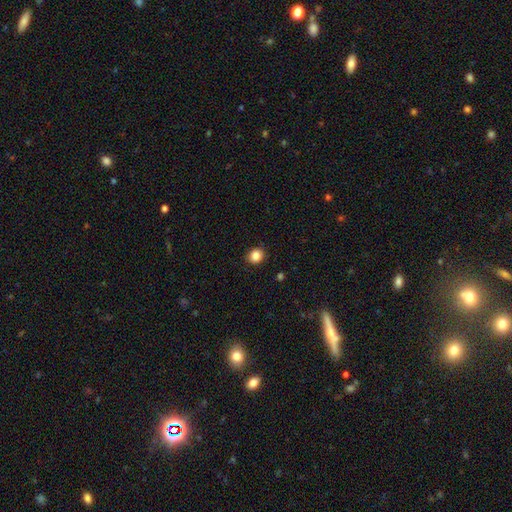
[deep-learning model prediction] Smooth or featured? smooth (85%)
How rounded? round (80%)
Merging? none (90%)